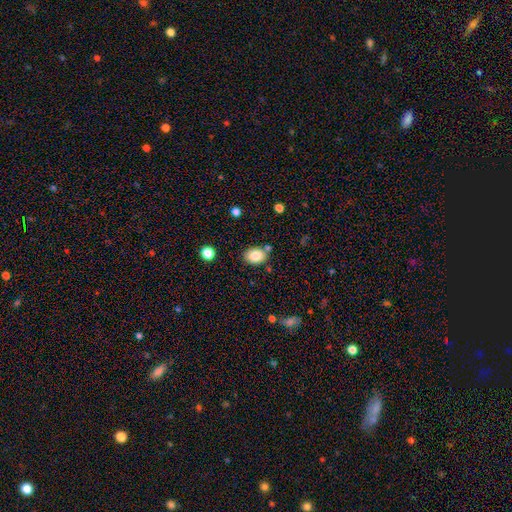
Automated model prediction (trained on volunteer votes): A smooth galaxy with no disk features (84%) that is in between round and cigar-shaped (67%). Merging: none (78%).